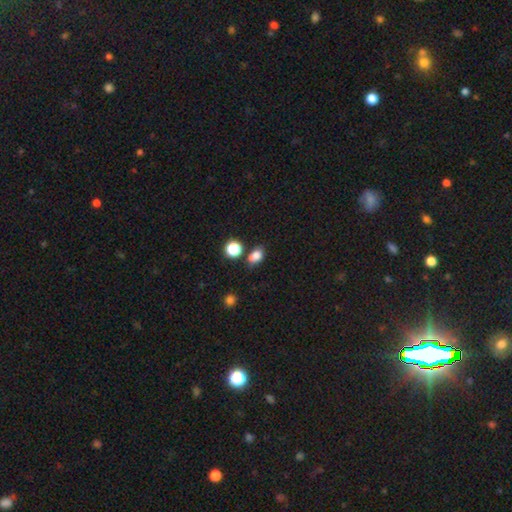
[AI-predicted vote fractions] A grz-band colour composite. It shows a smooth galaxy with no disk features (81%) that is in between round and cigar-shaped (68%). Merging: none (67%).